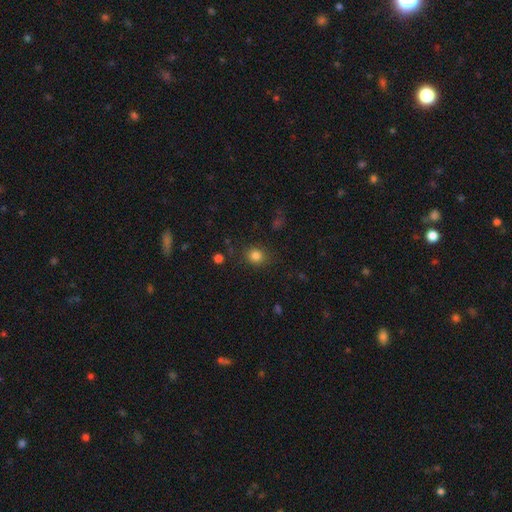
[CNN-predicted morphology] Smooth or featured? Predicted: smooth (p=0.82). How rounded? Predicted: round (p=0.79). Merging? Predicted: none (p=0.84).